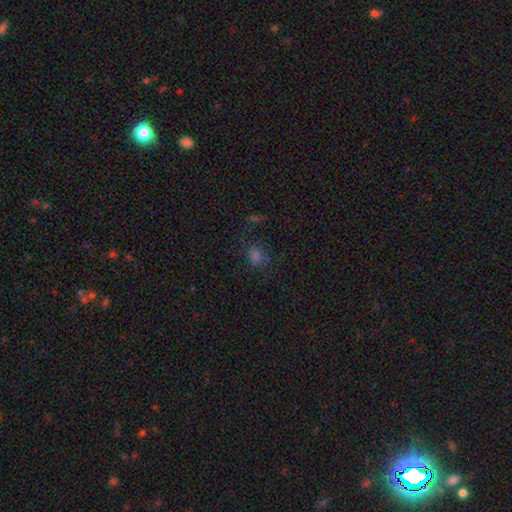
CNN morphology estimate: A smooth galaxy with no disk features (60%) that is round (57%).

Vote fractions:
- Smooth or featured? smooth: 60% / star or artifact: 29% / featured or disk: 11%
- How rounded? round: 57% / in between: 41% / cigar-shaped: 2%
- Merging? none: 67% / minor disturbance: 18% / major disturbance: 12% / merger: 3%